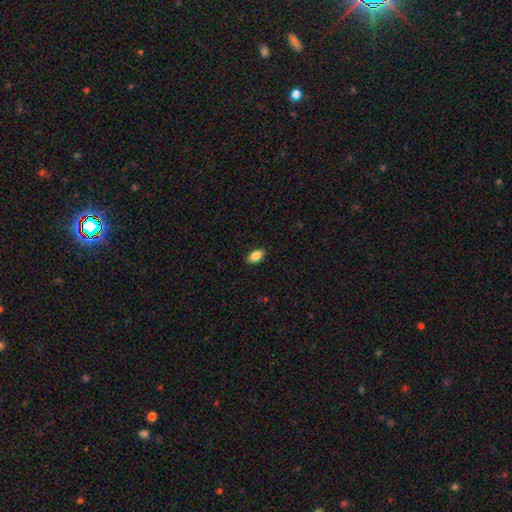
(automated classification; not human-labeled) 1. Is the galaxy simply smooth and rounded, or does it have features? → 87% smooth, 8% star or artifact, 5% featured or disk.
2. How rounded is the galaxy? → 91% in between, 6% round, 3% cigar-shaped.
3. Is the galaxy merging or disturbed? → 88% none, 9% minor disturbance, 2% major disturbance, 1% merger.